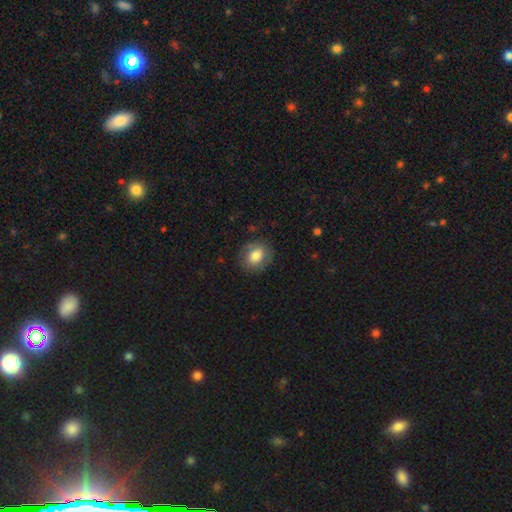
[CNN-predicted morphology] This appears to be a smooth galaxy with no disk features (75%) that is round (51%). Merging: none (81%).